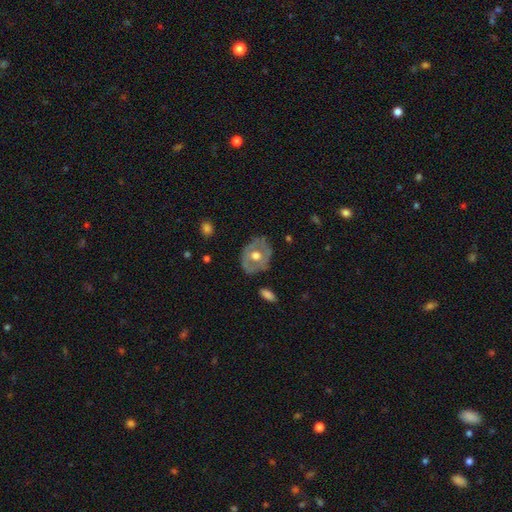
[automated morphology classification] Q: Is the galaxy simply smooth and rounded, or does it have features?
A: featured or disk — 60%.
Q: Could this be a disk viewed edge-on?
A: no — 94%.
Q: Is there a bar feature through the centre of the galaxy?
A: no — 82%.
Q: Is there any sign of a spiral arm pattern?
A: no — 80%.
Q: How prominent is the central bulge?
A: moderate — 75%.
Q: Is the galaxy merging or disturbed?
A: none — 77%.